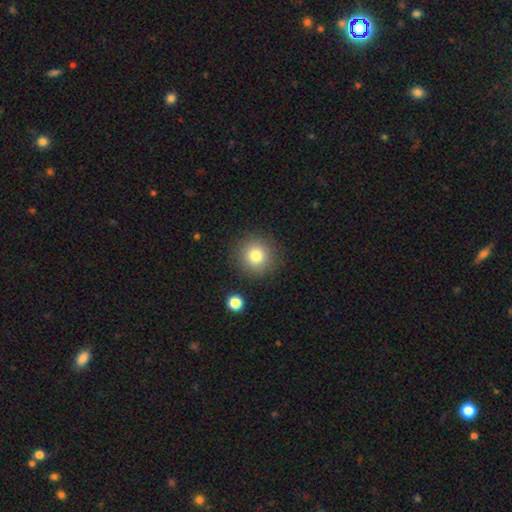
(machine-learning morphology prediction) Overall: smooth (79%). How rounded: round (94%). Merging: none (88%).